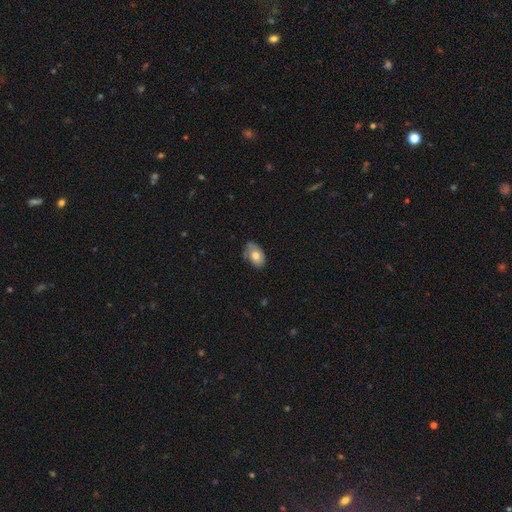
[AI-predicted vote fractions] Smooth or featured: smooth — 71% (featured or disk — 21%)
How rounded: in between — 87% (round — 12%)
Merging: none — 62% (minor disturbance — 30%)